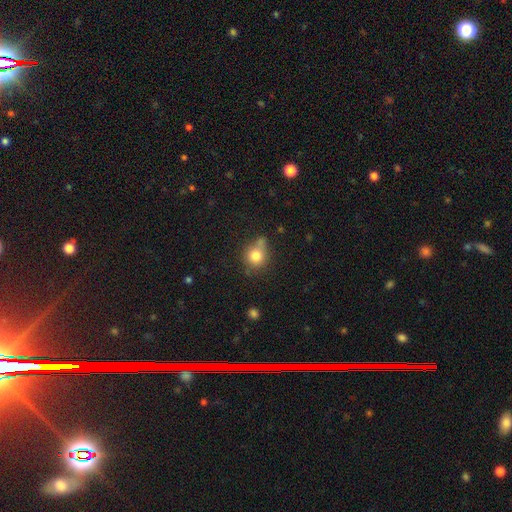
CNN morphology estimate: This appears to be a smooth galaxy with no disk features (79%) that is round (81%). Merging: none (54%).